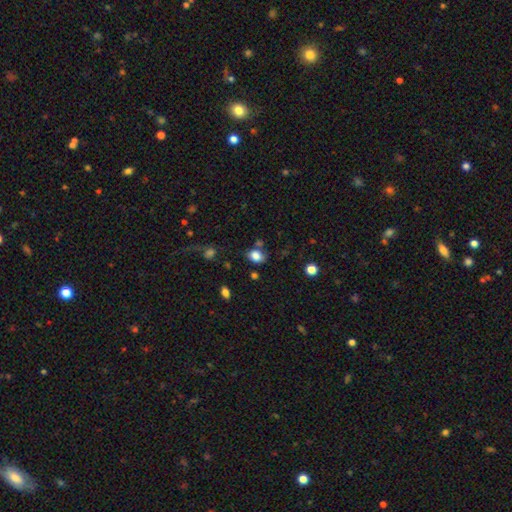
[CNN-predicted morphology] Q: Smooth or featured?
A: smooth (82%); runner-up: star or artifact (11%)
Q: How rounded?
A: in between (66%); runner-up: round (33%)
Q: Merging?
A: none (63%); runner-up: minor disturbance (19%)